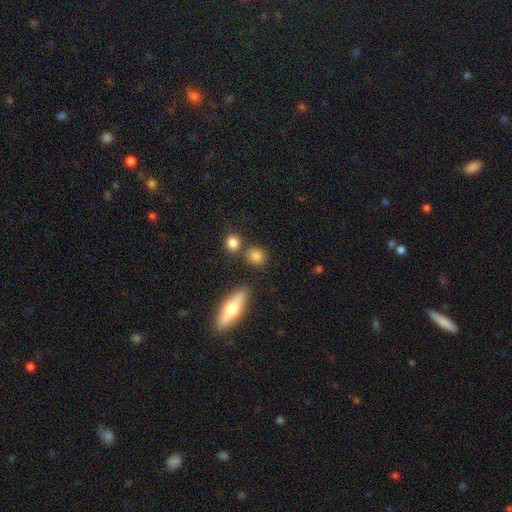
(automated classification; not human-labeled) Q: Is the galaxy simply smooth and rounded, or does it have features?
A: smooth — 81%.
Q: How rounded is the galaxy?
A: round — 76%.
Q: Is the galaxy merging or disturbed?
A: none — 76%.